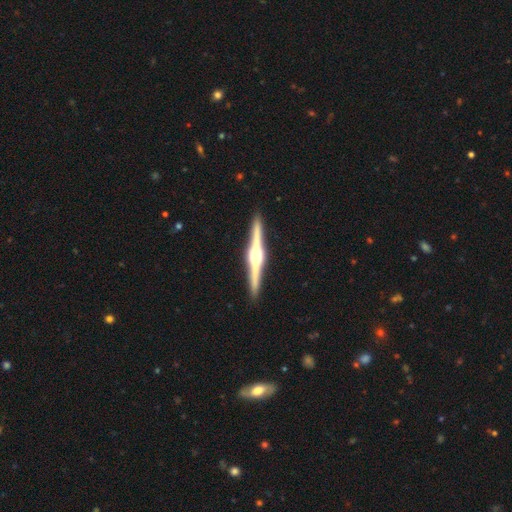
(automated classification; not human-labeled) Smooth or featured? Predicted: featured or disk (p=0.86). Edge-on disk? Predicted: yes (p=0.99). Edge-on bulge? Predicted: rounded (p=0.92). Merging? Predicted: none (p=0.93).